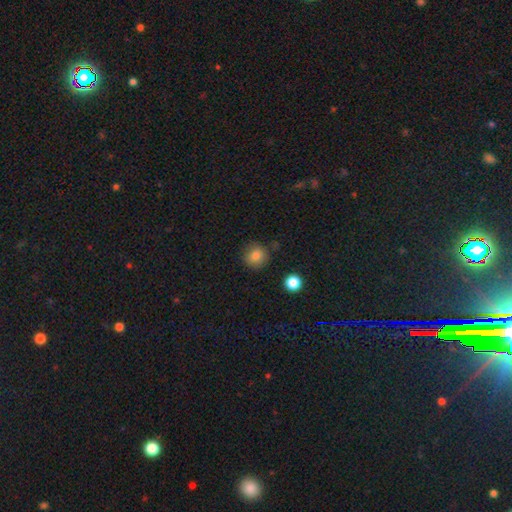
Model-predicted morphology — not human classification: A smooth galaxy with no disk features (83%) that is round (89%).

Vote fractions:
- Smooth or featured? smooth: 83% / star or artifact: 11% / featured or disk: 6%
- How rounded? round: 89% / in between: 10% / cigar-shaped: 1%
- Merging? none: 83% / minor disturbance: 11% / major disturbance: 3% / merger: 3%